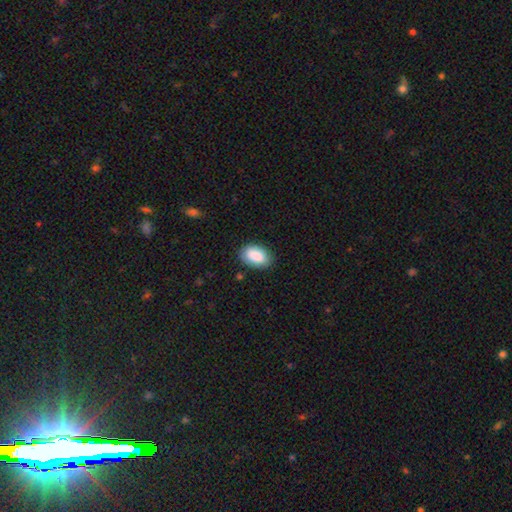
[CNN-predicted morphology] A smooth galaxy with no disk features (89%) that is in between round and cigar-shaped (92%). Merging: none (84%).